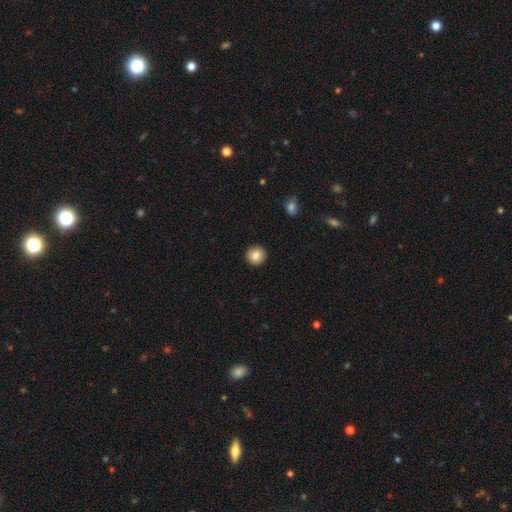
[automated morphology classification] Q: Smooth or featured?
A: smooth (86%); runner-up: star or artifact (9%)
Q: How rounded?
A: round (95%); runner-up: in between (4%)
Q: Merging?
A: none (93%); runner-up: minor disturbance (5%)